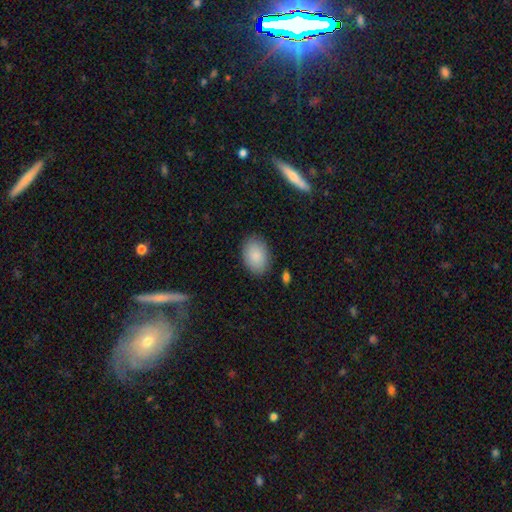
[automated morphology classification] Smooth or featured?
  - smooth: 88% *
  - star or artifact: 7%
  - featured or disk: 6%
How rounded?
  - in between: 85% *
  - round: 13%
  - cigar-shaped: 1%
Merging?
  - none: 86% *
  - minor disturbance: 10%
  - major disturbance: 3%
  - merger: 1%